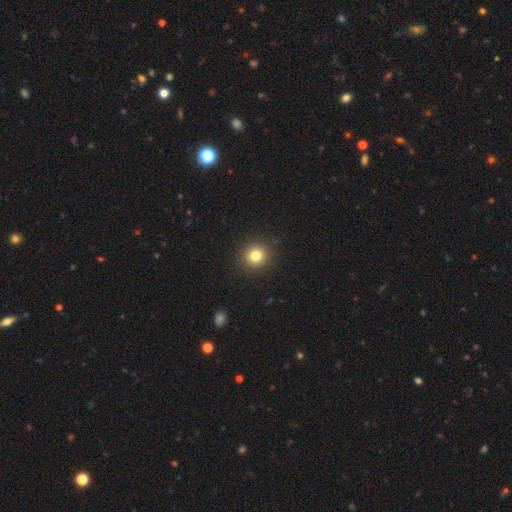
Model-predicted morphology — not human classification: The model was most divided on "smooth or featured": smooth: 81%, star or artifact: 12%, featured or disk: 7%. More confident: how rounded — round (91%); merging — none (91%).